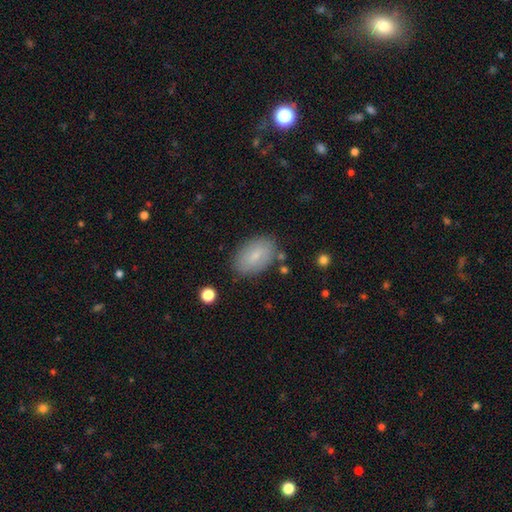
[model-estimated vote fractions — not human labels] Smooth or featured? Predicted: smooth (p=0.74). How rounded? Predicted: in between (p=0.91). Merging? Predicted: none (p=0.82).